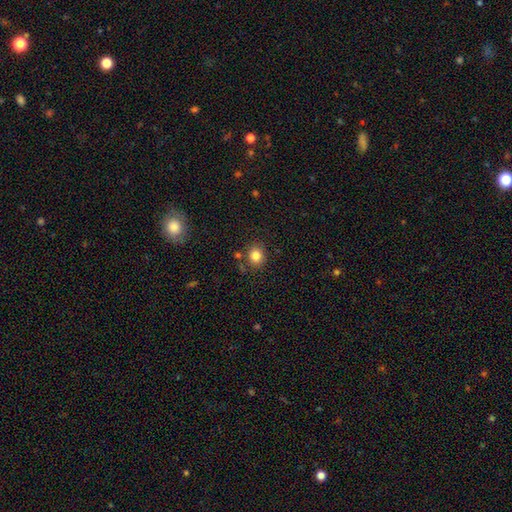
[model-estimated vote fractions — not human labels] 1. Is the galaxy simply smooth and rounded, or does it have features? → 83% smooth, 11% star or artifact, 6% featured or disk.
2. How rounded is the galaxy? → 74% round, 25% in between, 1% cigar-shaped.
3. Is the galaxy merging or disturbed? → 81% none, 10% minor disturbance, 6% merger, 3% major disturbance.